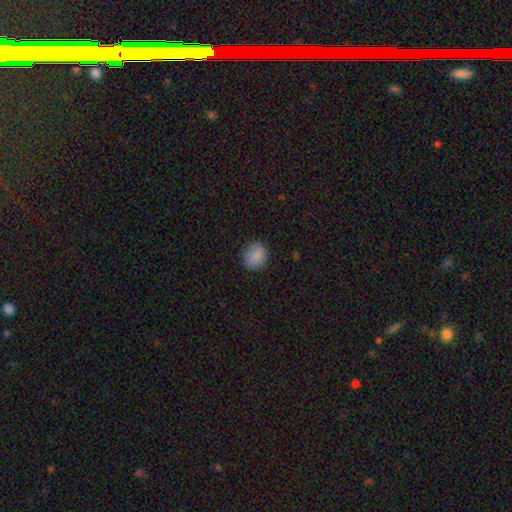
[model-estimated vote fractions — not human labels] Smooth or featured? smooth (87%)
How rounded? round (68%)
Merging? none (85%)